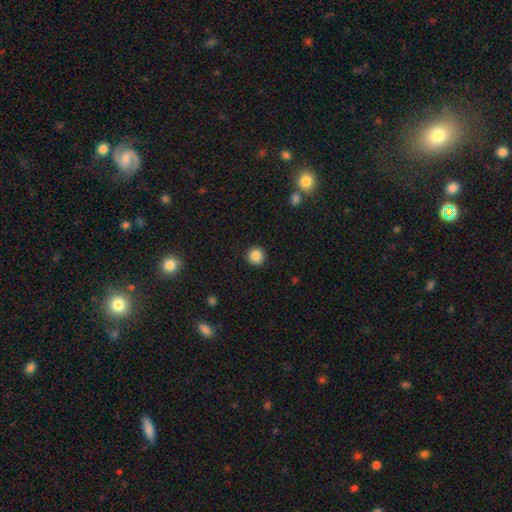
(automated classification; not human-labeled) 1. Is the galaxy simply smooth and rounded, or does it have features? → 85% smooth, 10% star or artifact, 5% featured or disk.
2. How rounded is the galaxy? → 95% round, 4% in between, 1% cigar-shaped.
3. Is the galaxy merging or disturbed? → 93% none, 4% minor disturbance, 2% major disturbance, 1% merger.